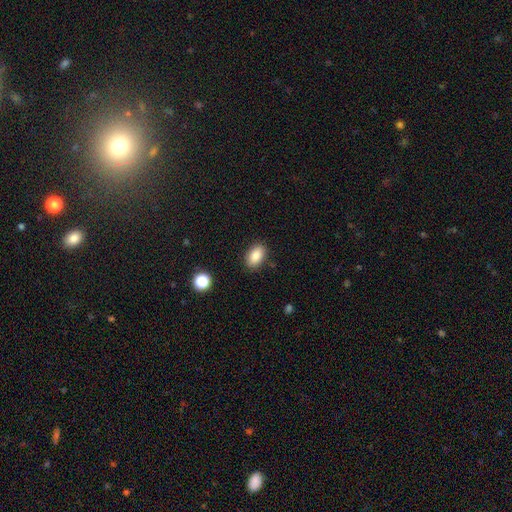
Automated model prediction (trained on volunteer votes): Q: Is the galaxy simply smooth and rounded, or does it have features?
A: smooth — 87%.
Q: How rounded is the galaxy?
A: in between — 91%.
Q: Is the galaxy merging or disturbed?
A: none — 87%.